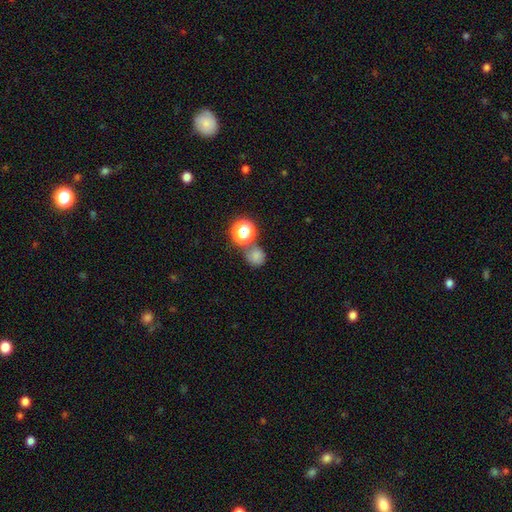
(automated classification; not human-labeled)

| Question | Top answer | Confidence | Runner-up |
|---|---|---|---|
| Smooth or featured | smooth | 73% | star or artifact (20%) |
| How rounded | round | 84% | in between (15%) |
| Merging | none | 56% | merger (26%) |